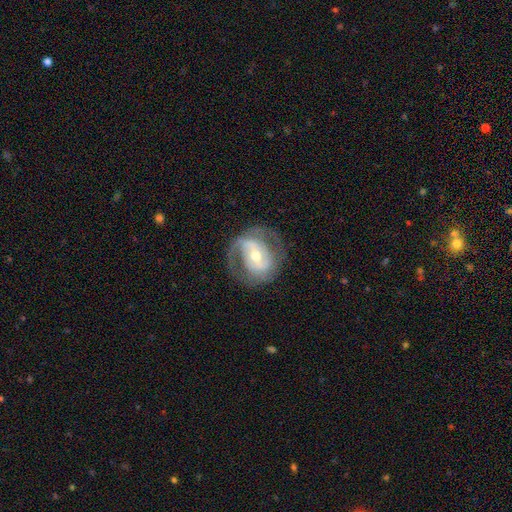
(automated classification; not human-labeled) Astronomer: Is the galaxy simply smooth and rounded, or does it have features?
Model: featured or disk — 78%.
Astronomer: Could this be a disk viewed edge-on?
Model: no — 96%.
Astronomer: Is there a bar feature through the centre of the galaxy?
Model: strong — 37%, tied with weak at 37%.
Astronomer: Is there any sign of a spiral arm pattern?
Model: yes — 82%.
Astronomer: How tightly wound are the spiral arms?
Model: medium — 45% (runner-up: tight, 32%).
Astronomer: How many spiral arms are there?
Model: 2 — 74%.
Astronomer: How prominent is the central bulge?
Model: moderate — 60%.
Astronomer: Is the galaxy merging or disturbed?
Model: none — 68%.